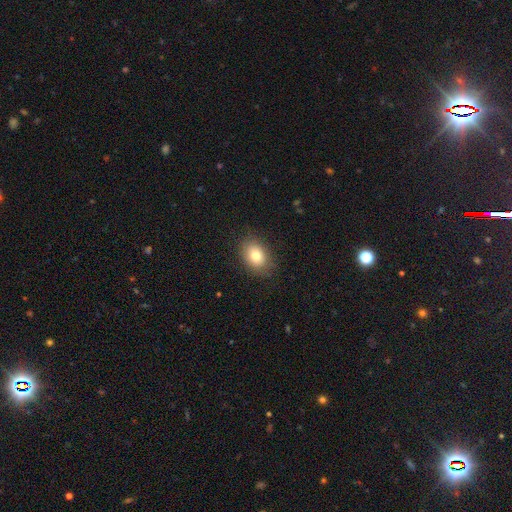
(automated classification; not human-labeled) smooth_or_featured: smooth (p=0.78) [alt: featured or disk p=0.13]
how_rounded: in between (p=0.70) [alt: round p=0.29]
merging: none (p=0.84) [alt: minor disturbance p=0.12]